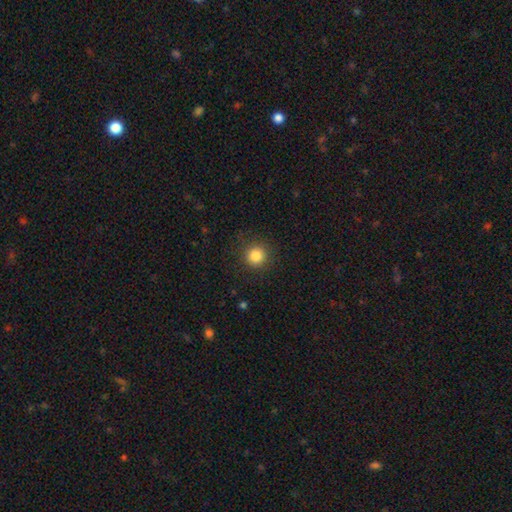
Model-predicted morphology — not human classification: This is clearly a smooth galaxy (84%). How rounded: clearly round (94%). Merging: clearly none (89%).